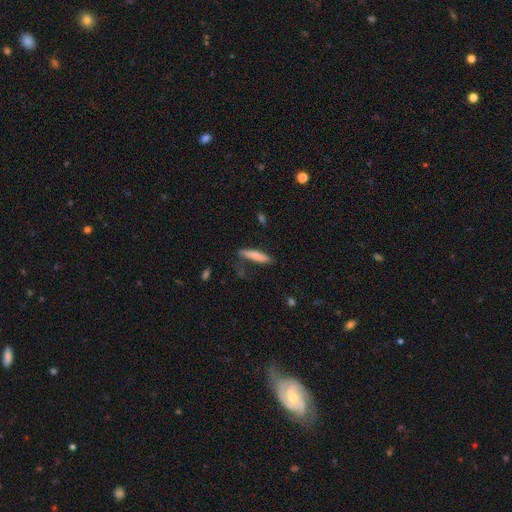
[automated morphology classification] smooth-or-featured: smooth: 78% | featured or disk: 16% | star or artifact: 6%
  how-rounded: cigar-shaped: 85% | in between: 13% | round: 1%
  merging: none: 65% | minor disturbance: 23% | major disturbance: 8% | merger: 4%